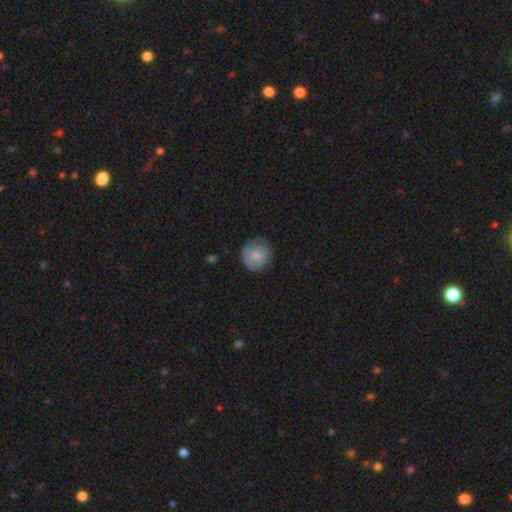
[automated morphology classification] Smooth or featured? smooth (76%)
How rounded? round (84%)
Merging? none (70%)